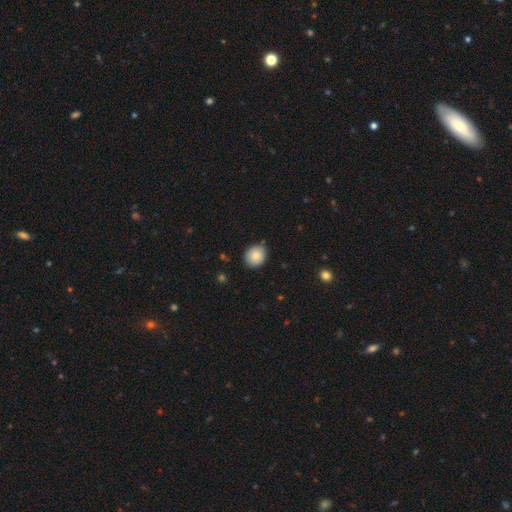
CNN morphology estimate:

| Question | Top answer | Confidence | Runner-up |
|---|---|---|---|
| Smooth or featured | smooth | 82% | featured or disk (9%) |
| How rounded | round | 71% | in between (28%) |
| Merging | none | 83% | minor disturbance (13%) |